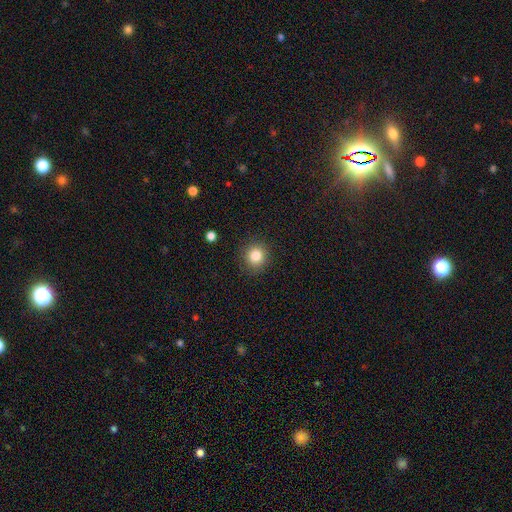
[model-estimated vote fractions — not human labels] Smooth or featured? smooth (83%)
How rounded? round (89%)
Merging? none (88%)